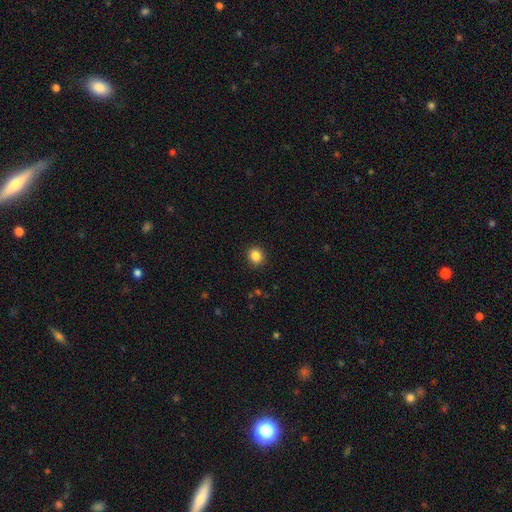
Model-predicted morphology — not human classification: Smooth or featured?
  - smooth: 85% *
  - star or artifact: 10%
  - featured or disk: 4%
How rounded?
  - round: 84% *
  - in between: 16%
  - cigar-shaped: 1%
Merging?
  - none: 91% *
  - minor disturbance: 6%
  - major disturbance: 2%
  - merger: 1%